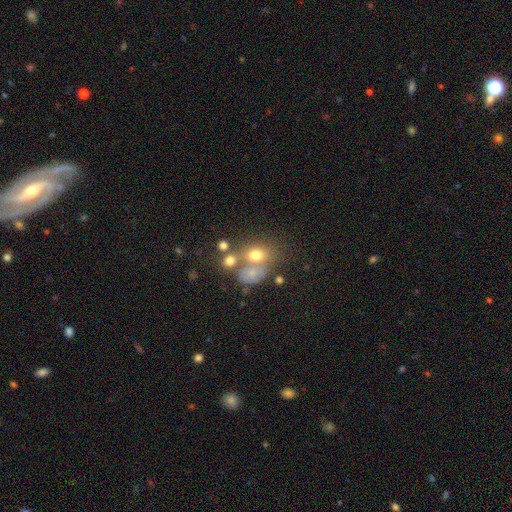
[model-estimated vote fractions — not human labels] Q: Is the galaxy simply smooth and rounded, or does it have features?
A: smooth — 65%.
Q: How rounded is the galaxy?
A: in between — 51%.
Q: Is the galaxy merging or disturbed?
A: merger — 40%.